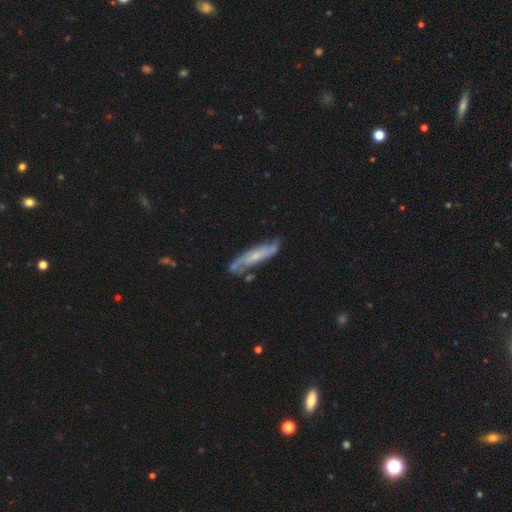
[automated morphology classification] This is likely a featured or disk galaxy (72%). It is likely not viewed edge-on (70%). Bar: likely no (60%). Spiral arm pattern: clearly yes (90%). Central bulge: likely small (68%). Merging: likely none (68%).